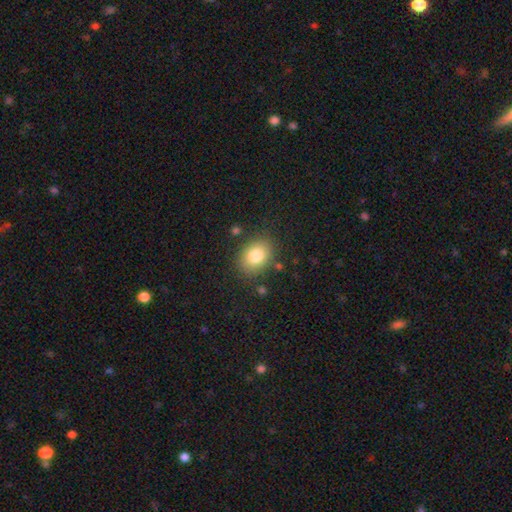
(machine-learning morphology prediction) type=smooth (81%); roundness=in between (65%); merging=none (82%).